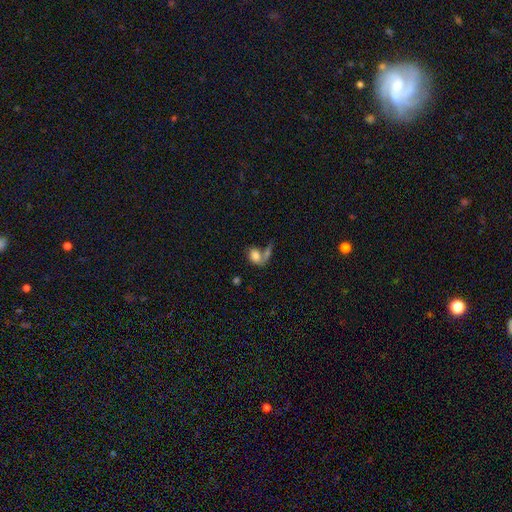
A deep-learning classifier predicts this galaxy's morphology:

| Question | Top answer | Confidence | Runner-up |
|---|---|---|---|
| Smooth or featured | smooth | 73% | featured or disk (18%) |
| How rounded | in between | 77% | round (21%) |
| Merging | merger | 47% | none (28%) |